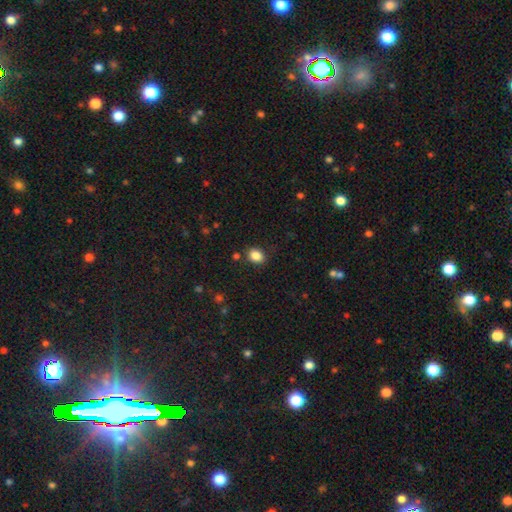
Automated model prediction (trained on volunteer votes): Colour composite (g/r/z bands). It shows a smooth galaxy with no disk features (85%) that is in between round and cigar-shaped (51%). Merging: none (83%).